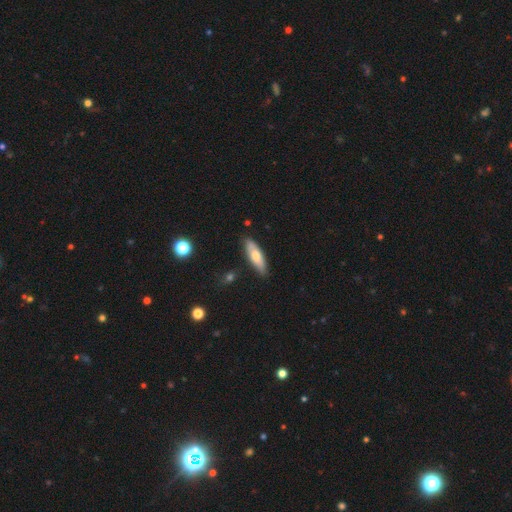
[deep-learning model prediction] Overall: smooth (63%; featured or disk 31%). How rounded: cigar-shaped (51%; in between 47%). Merging: none (85%).